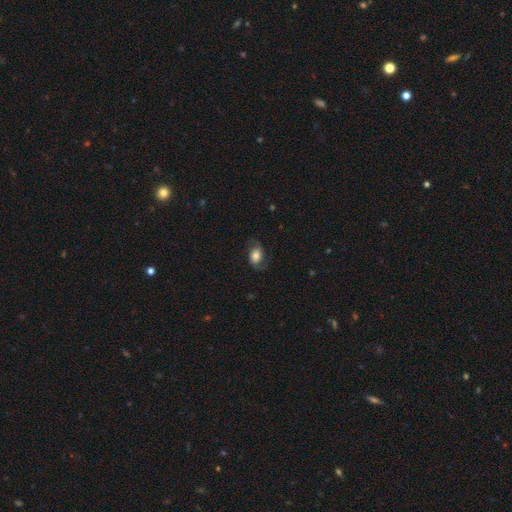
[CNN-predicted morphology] Overall: smooth (50%; featured or disk 41%). Merging: none (65%).